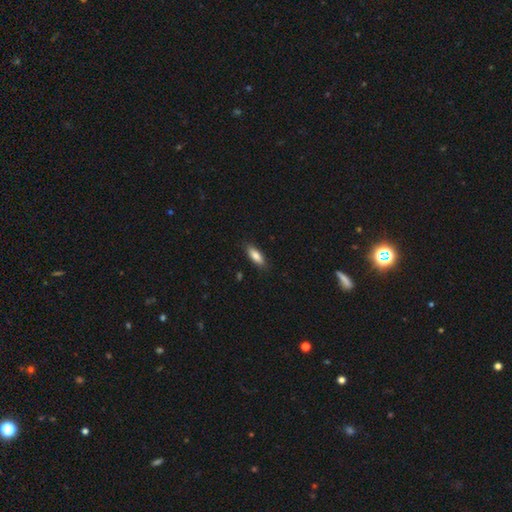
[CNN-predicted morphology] Smooth or featured? Predicted: smooth (p=0.82). How rounded? Predicted: in between (p=0.68). Merging? Predicted: none (p=0.87).